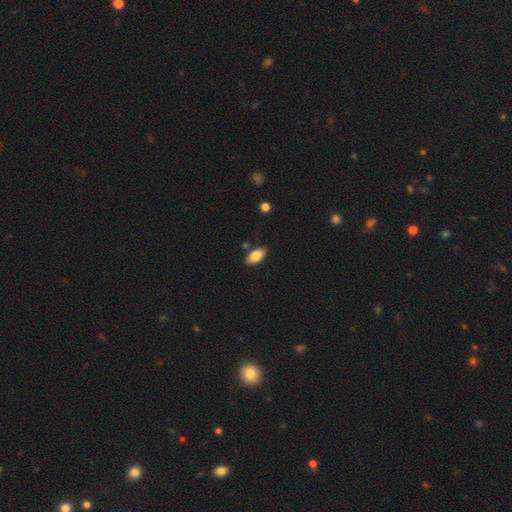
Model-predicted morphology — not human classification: smooth 83%, featured or disk 11%, star or artifact 7%. Down the decision tree: how rounded — in between (92%); merging — none (84%).